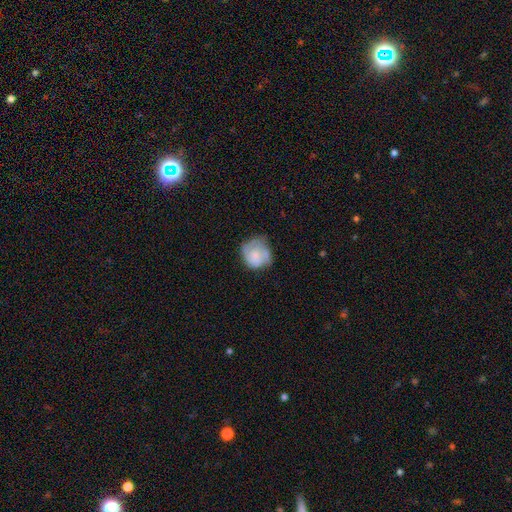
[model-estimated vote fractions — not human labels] smooth 49%, featured or disk 44%, star or artifact 7%. Down the decision tree: merging — none (47%).